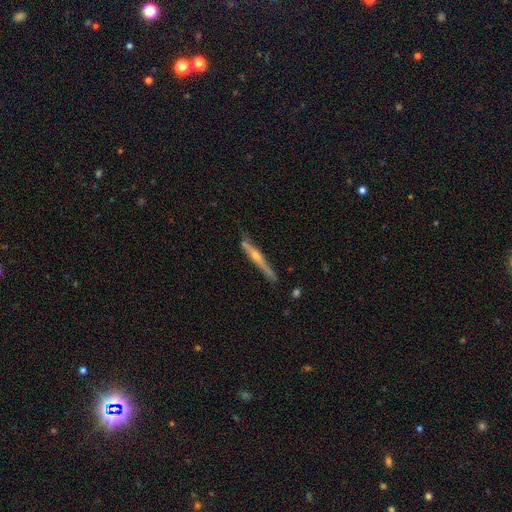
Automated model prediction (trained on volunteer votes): Overall: featured or disk (73%). Edge-on disk: yes (96%). Edge-on bulge: rounded (81%). Merging: none (78%).